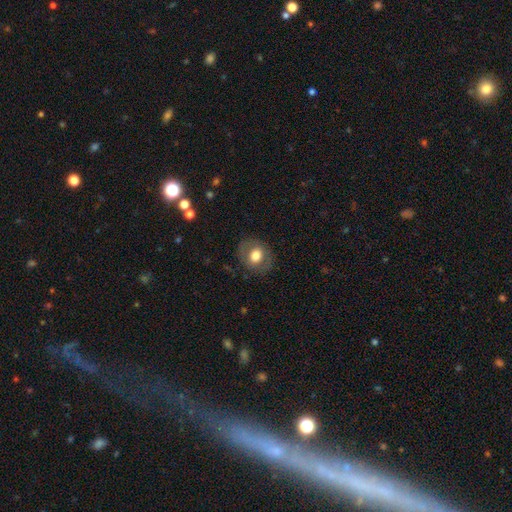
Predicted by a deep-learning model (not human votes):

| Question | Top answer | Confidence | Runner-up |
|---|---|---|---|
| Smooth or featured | smooth | 68% | featured or disk (24%) |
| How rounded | round | 65% | in between (34%) |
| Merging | none | 83% | minor disturbance (11%) |